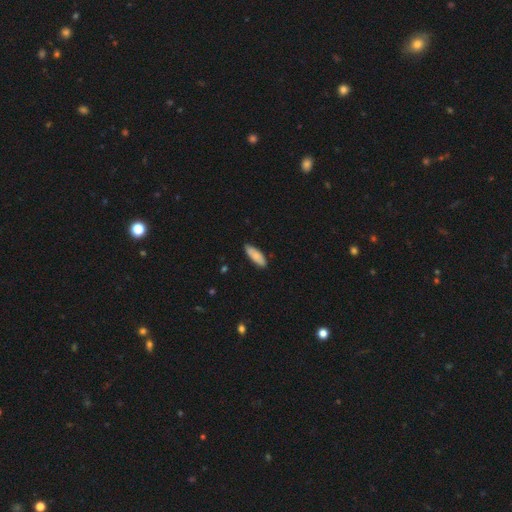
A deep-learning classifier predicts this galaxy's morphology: A smooth galaxy with no disk features (85%) that is in between round and cigar-shaped (62%).

Vote fractions:
- Smooth or featured? smooth: 85% / featured or disk: 10% / star or artifact: 6%
- How rounded? in between: 62% / cigar-shaped: 36% / round: 2%
- Merging? none: 84% / minor disturbance: 13% / major disturbance: 2% / merger: 1%